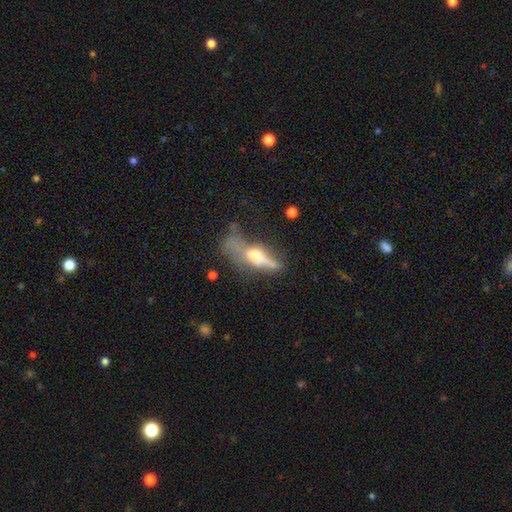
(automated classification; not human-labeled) This appears to be a featured or disk galaxy (54%) viewed edge-on (64%). Merging: major disturbance (36%).